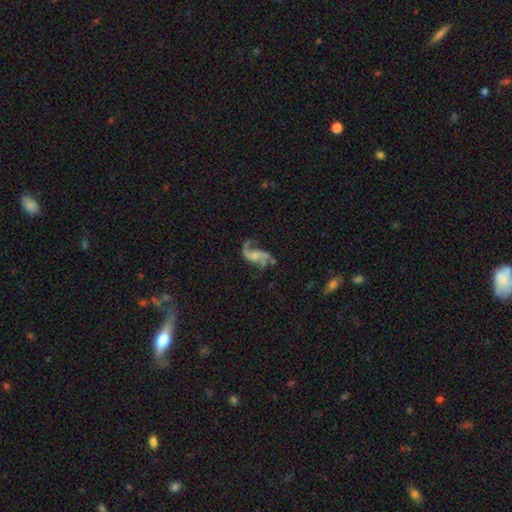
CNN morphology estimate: The model was most divided on "bulge size": small: 43%, none: 30%, moderate: 22%, large: 4%, dominant: 1%. Remaining: edge-on disk — no (97%); spiral arms — yes (92%); spiral arm count — 2 (83%); smooth or featured — featured or disk (82%); spiral winding — loose (80%); bar — no (55%); merging — none (48%).